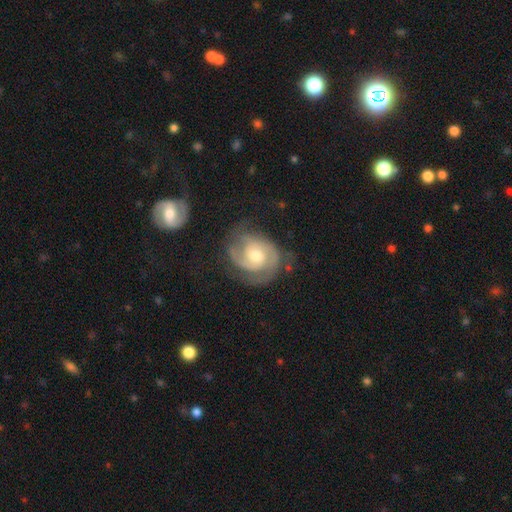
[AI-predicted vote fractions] A featured or disk galaxy (88%) with no bar (64%), 2 (74%) tight (54%) spiral arms (97%) and a moderate central bulge (59%).

Vote fractions:
- Smooth or featured? featured or disk: 88% / smooth: 8% / star or artifact: 5%
- Edge-on disk? no: 98% / yes: 2%
- Bar? no: 64% / weak: 30% / strong: 6%
- Spiral arms? yes: 97% / no: 3%
- Spiral winding? tight: 54% / medium: 39% / loose: 7%
- Spiral arm count? 2: 74% / 3: 9% / can't tell: 9% / 1: 4% / 4: 2% / more than 4: 2%
- Bulge size? moderate: 59% / small: 34% / large: 5% / none: 1% / dominant: 1%
- Merging? none: 68% / minor disturbance: 20% / major disturbance: 9% / merger: 2%